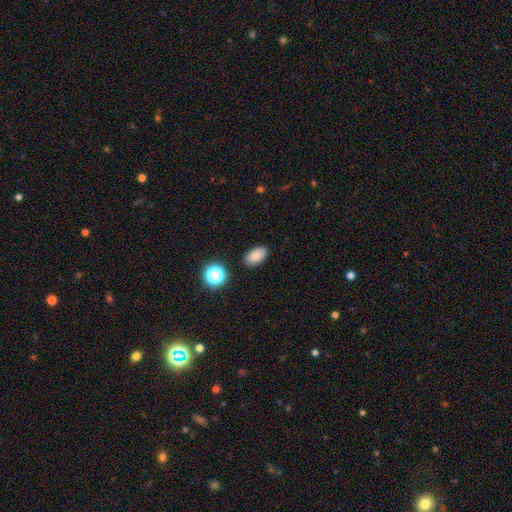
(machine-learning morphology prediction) smooth-or-featured: smooth: 83% | star or artifact: 11% | featured or disk: 7%
  how-rounded: in between: 91% | round: 7% | cigar-shaped: 2%
  merging: none: 87% | minor disturbance: 9% | major disturbance: 2% | merger: 2%